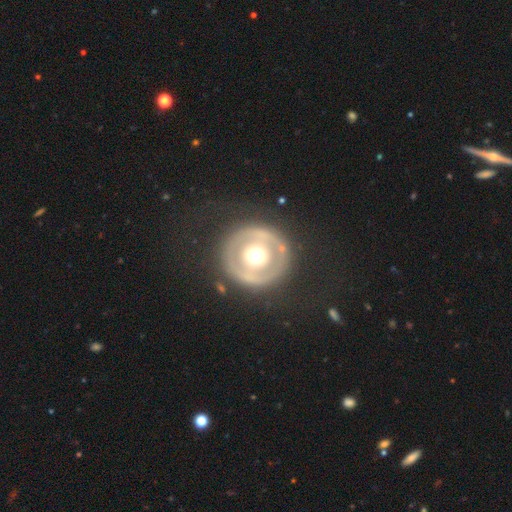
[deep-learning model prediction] smooth-or-featured: featured or disk: 57% | smooth: 35% | star or artifact: 7%
  disk-edge-on: no: 94% | yes: 6%
    bar: no: 82% | weak: 11% | strong: 7%
    has-spiral-arms: no: 86% | yes: 14%
    bulge-size: moderate: 58% | large: 34% | dominant: 4% | small: 3% | none: 1%
  merging: none: 78% | minor disturbance: 12% | major disturbance: 8% | merger: 2%